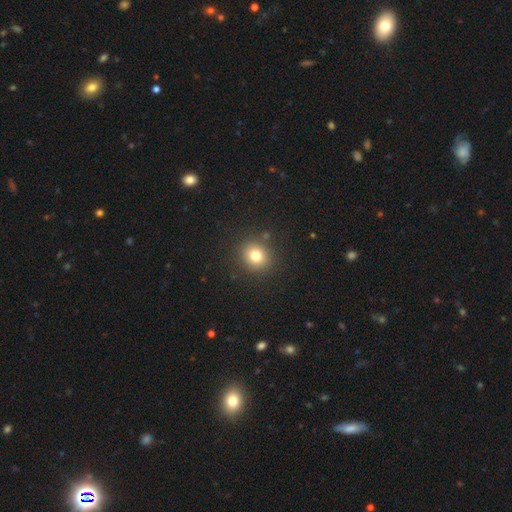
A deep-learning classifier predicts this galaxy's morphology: smooth-or-featured: smooth: 79% | star or artifact: 13% | featured or disk: 8%
  how-rounded: round: 86% | in between: 13% | cigar-shaped: 1%
  merging: none: 88% | minor disturbance: 7% | major disturbance: 3% | merger: 2%